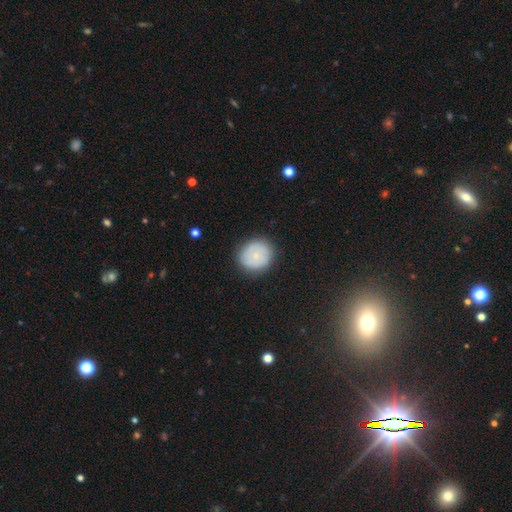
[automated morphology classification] A smooth galaxy with no disk features (72%) that is round (87%).

Vote fractions:
- Smooth or featured? smooth: 72% / featured or disk: 21% / star or artifact: 8%
- How rounded? round: 87% / in between: 12% / cigar-shaped: 1%
- Merging? none: 84% / minor disturbance: 12% / major disturbance: 3% / merger: 1%